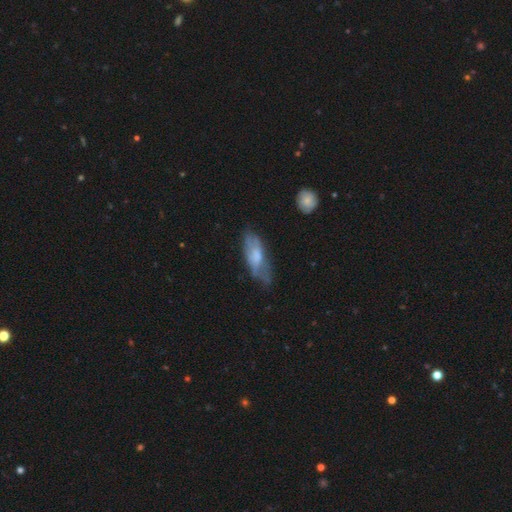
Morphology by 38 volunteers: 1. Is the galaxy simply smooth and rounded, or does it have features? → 50% featured or disk, 42% smooth, 8% star or artifact.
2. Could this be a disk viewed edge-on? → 95% no, 5% yes.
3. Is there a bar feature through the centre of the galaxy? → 56% no, 39% weak, 6% strong.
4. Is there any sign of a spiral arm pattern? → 67% no, 33% yes.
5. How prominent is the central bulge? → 39% moderate, 22% small, 22% none, 17% large, 0% dominant.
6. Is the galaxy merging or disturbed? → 37% none (tied), 37% major disturbance (tied), 20% minor disturbance, 6% merger.